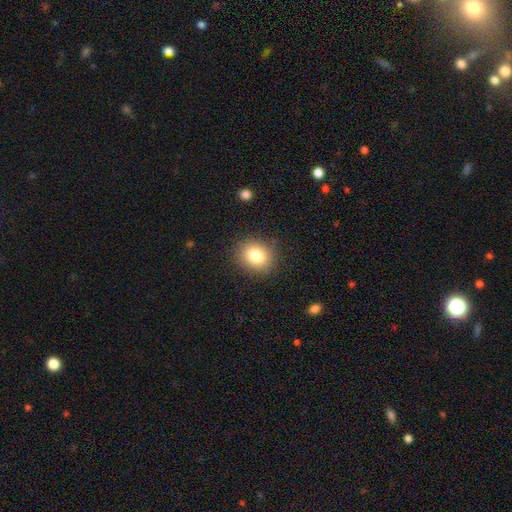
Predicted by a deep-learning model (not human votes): Morphology: type=smooth (81%); roundness=round (63%); merging=none (88%).